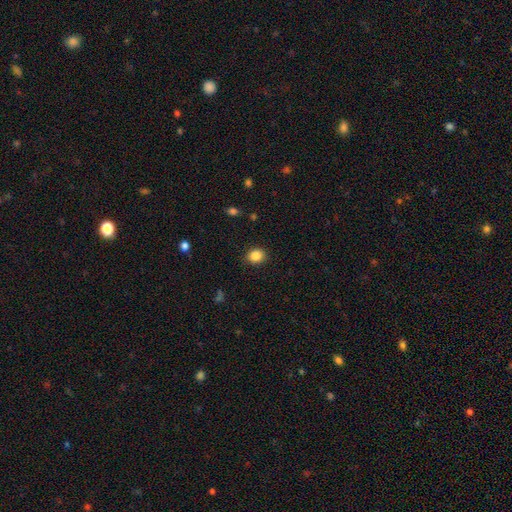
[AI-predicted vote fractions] This appears to be a smooth galaxy with no disk features (86%) that is round (70%). Merging: none (89%).